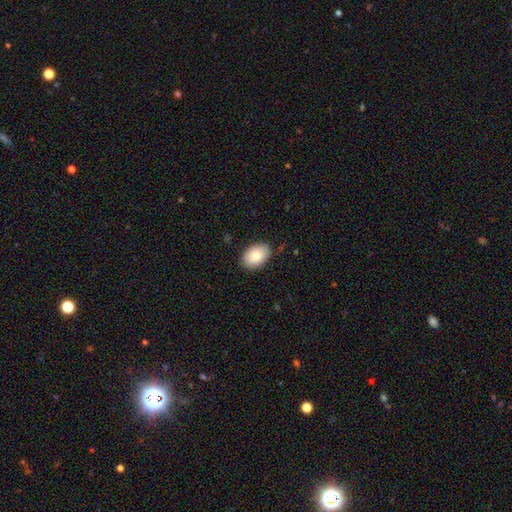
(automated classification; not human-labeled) smooth-or-featured: smooth: 84% | featured or disk: 9% | star or artifact: 7%
  how-rounded: in between: 88% | round: 11% | cigar-shaped: 1%
  merging: none: 87% | minor disturbance: 10% | major disturbance: 2% | merger: 1%